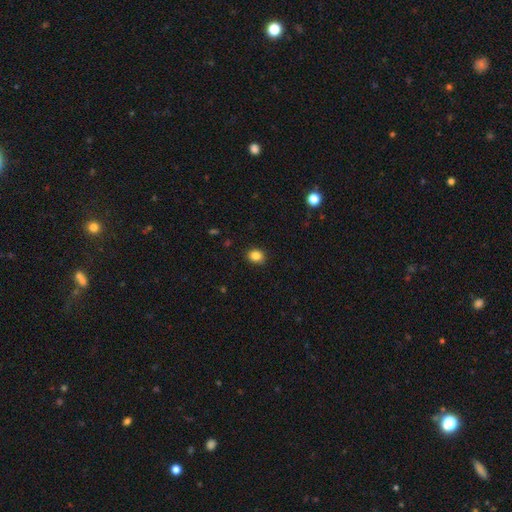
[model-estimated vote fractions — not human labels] A smooth galaxy with no disk features (85%) that is round (62%). Merging: none (88%).